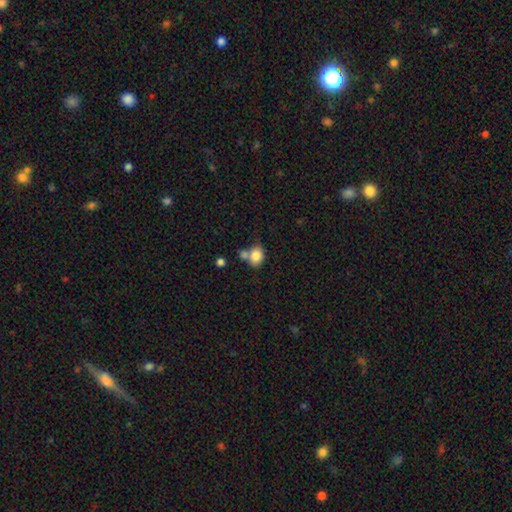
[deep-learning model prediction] Morphology: type=smooth (82%); roundness=in between (57%); merging=none (47%).